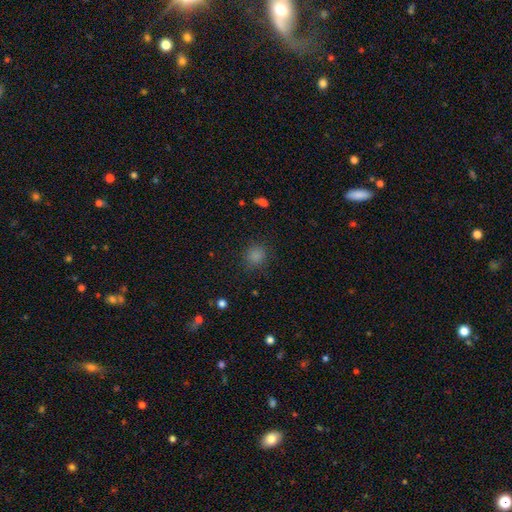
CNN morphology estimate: smooth-or-featured: smooth: 82% | star or artifact: 14% | featured or disk: 4%
  how-rounded: round: 84% | in between: 15% | cigar-shaped: 1%
  merging: none: 82% | minor disturbance: 12% | major disturbance: 5% | merger: 1%